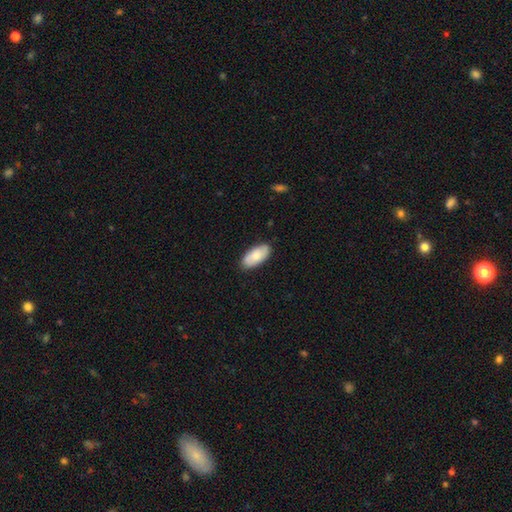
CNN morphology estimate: Smooth or featured? Predicted: smooth (p=0.75). How rounded? Predicted: in between (p=0.93). Merging? Predicted: none (p=0.86).